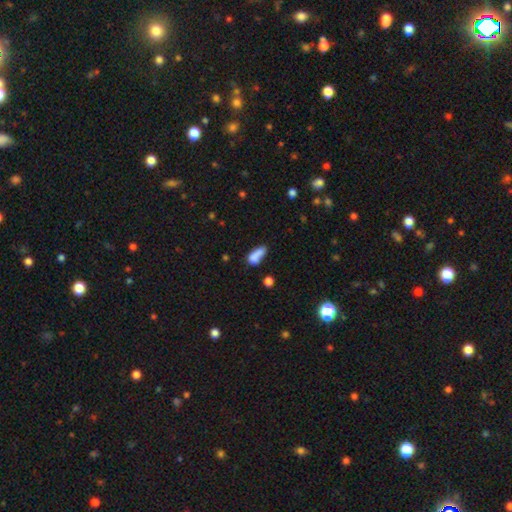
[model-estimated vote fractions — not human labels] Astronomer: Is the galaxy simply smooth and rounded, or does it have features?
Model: smooth — 77%.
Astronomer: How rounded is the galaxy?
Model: in between — 74%.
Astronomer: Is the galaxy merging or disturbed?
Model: none — 35% (runner-up: minor disturbance, 26%).